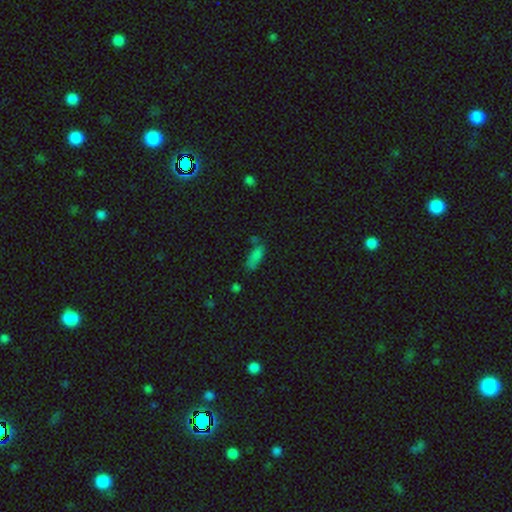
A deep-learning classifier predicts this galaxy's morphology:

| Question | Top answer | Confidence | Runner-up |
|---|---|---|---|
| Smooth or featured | smooth | 76% | star or artifact (16%) |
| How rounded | in between | 72% | cigar-shaped (25%) |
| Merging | none | 54% | minor disturbance (25%) |